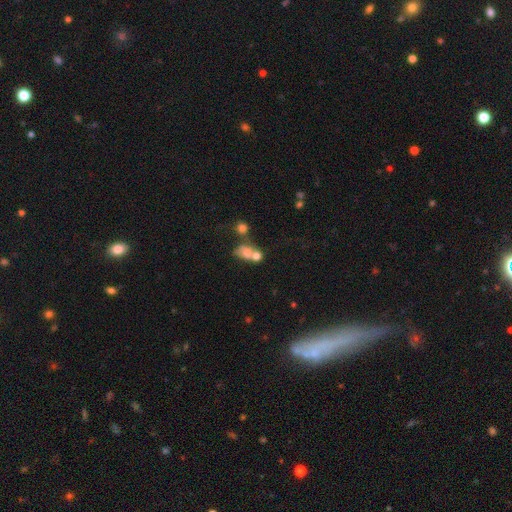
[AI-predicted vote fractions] Morphology: type=smooth (63%); roundness=in between (55%); merging=merger (53%).